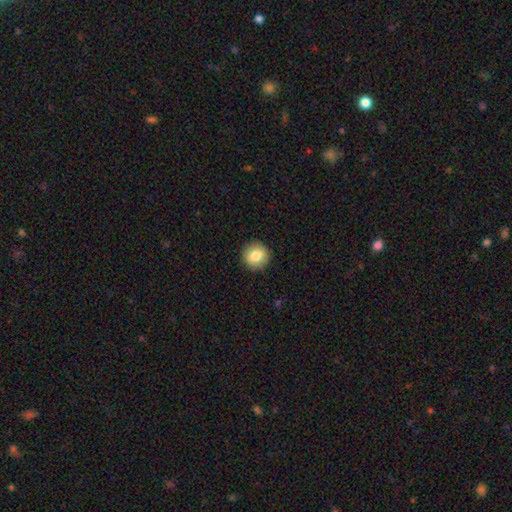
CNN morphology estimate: smooth_or_featured: smooth (p=0.81) [alt: featured or disk p=0.10]
how_rounded: round (p=0.93) [alt: in between p=0.06]
merging: none (p=0.92) [alt: minor disturbance p=0.06]